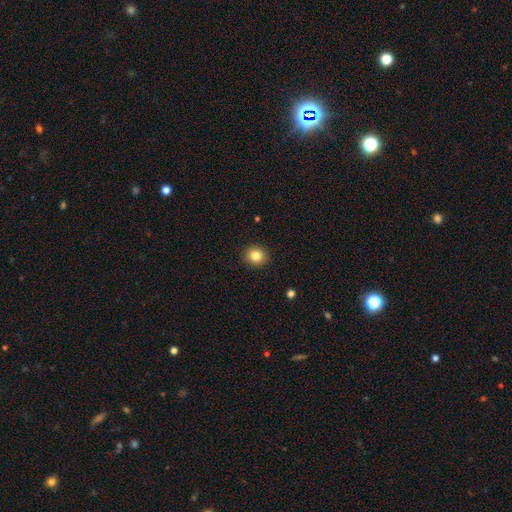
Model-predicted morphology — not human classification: Overall: smooth (83%). How rounded: round (88%). Merging: none (92%).